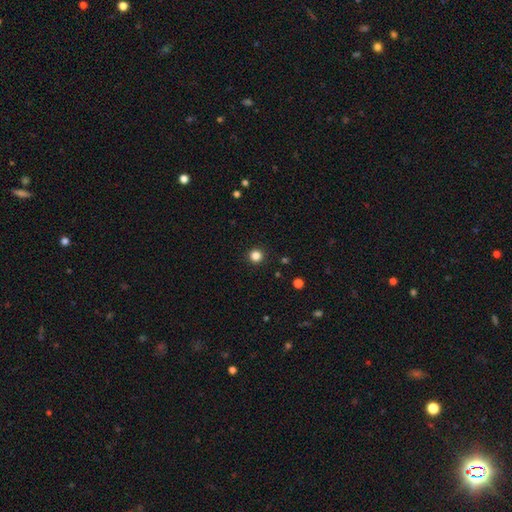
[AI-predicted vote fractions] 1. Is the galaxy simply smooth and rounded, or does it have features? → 84% smooth, 13% star or artifact, 4% featured or disk.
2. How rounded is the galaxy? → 96% round, 3% in between, 1% cigar-shaped.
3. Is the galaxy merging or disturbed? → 93% none, 4% minor disturbance, 2% major disturbance, 1% merger.